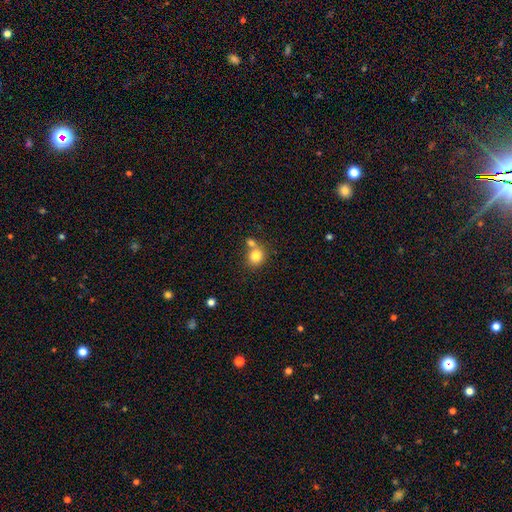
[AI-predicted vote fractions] Smooth or featured?
  - smooth: 81% *
  - star or artifact: 10%
  - featured or disk: 8%
How rounded?
  - round: 79% *
  - in between: 20%
  - cigar-shaped: 1%
Merging?
  - none: 55% *
  - merger: 33%
  - minor disturbance: 9%
  - major disturbance: 3%